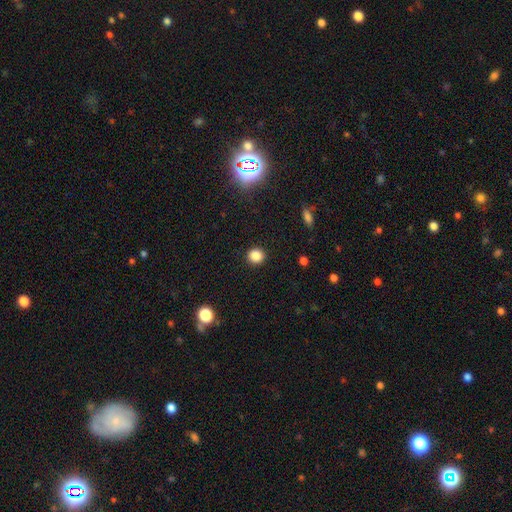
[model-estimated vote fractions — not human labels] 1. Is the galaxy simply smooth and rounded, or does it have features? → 85% smooth, 11% star or artifact, 4% featured or disk.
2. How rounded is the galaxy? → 86% round, 13% in between, 1% cigar-shaped.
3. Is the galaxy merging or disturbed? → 92% none, 5% minor disturbance, 2% major disturbance, 1% merger.